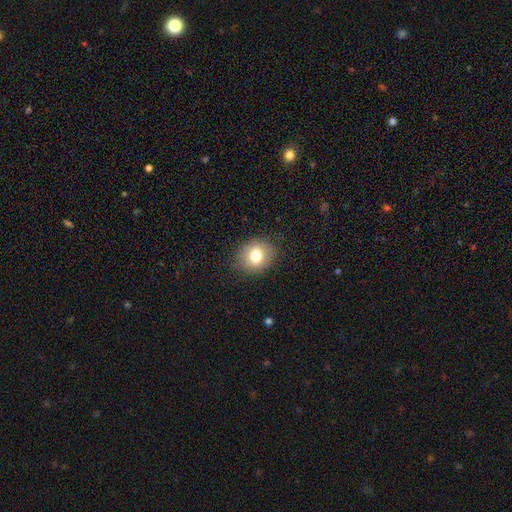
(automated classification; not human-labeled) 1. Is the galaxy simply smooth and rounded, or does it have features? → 77% smooth, 12% featured or disk, 11% star or artifact.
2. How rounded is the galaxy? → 69% round, 30% in between, 1% cigar-shaped.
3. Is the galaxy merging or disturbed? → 87% none, 9% minor disturbance, 3% major disturbance, 1% merger.